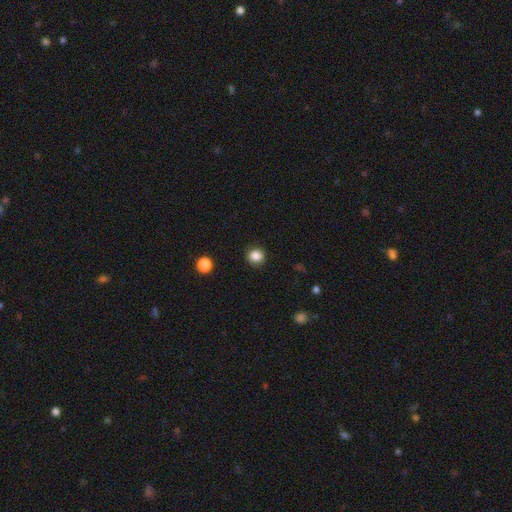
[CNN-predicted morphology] A smooth galaxy with no disk features (85%) that is round (86%).

Vote fractions:
- Smooth or featured? smooth: 85% / star or artifact: 11% / featured or disk: 4%
- How rounded? round: 86% / in between: 13% / cigar-shaped: 1%
- Merging? none: 90% / minor disturbance: 7% / major disturbance: 2% / merger: 1%